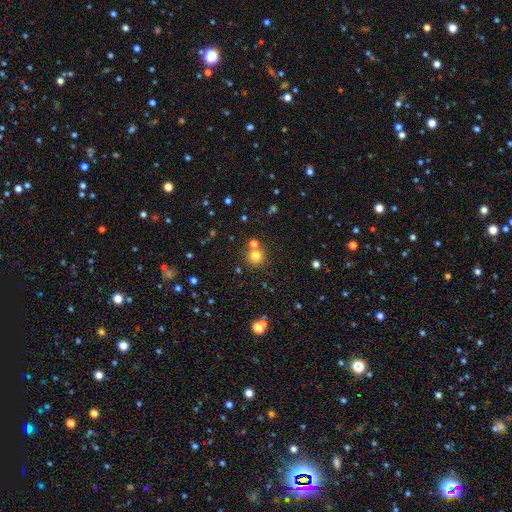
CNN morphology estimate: Q: Smooth or featured?
A: smooth (76%); runner-up: star or artifact (16%)
Q: How rounded?
A: round (93%); runner-up: in between (6%)
Q: Merging?
A: none (72%); runner-up: merger (18%)